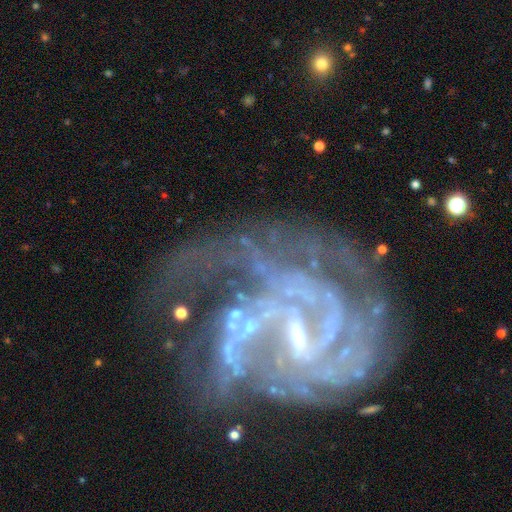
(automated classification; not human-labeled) A featured or disk galaxy (89%) with a weak bar (48%), 2 (27%) tight (45%) spiral arms (95%) and a small central bulge (67%). Merging: none (44%).